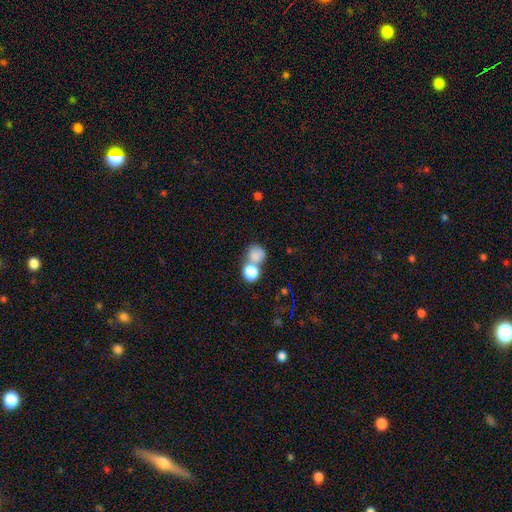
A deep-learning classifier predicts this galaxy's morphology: smooth 79%, star or artifact 12%, featured or disk 9%. Down the decision tree: how rounded — round (77%); merging — merger (45%).